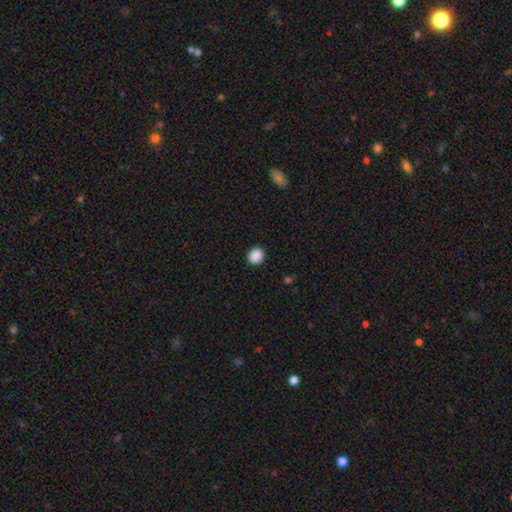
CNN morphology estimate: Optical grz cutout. It shows a smooth galaxy with no disk features (89%) that is round (77%). Merging: none (91%).